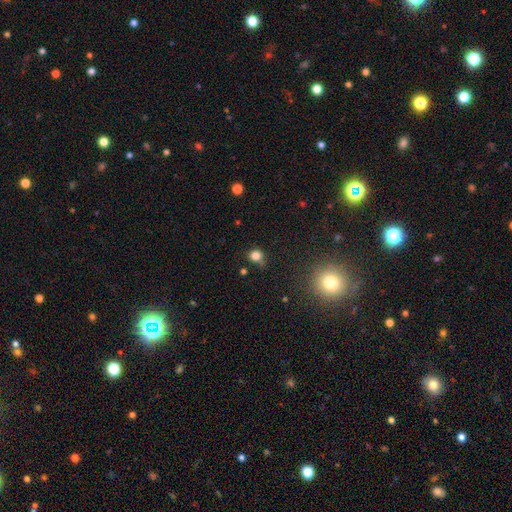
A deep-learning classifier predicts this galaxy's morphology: smooth-or-featured: smooth: 79% | star or artifact: 15% | featured or disk: 6%
  how-rounded: round: 80% | in between: 19% | cigar-shaped: 1%
  merging: none: 61% | minor disturbance: 23% | major disturbance: 9% | merger: 7%